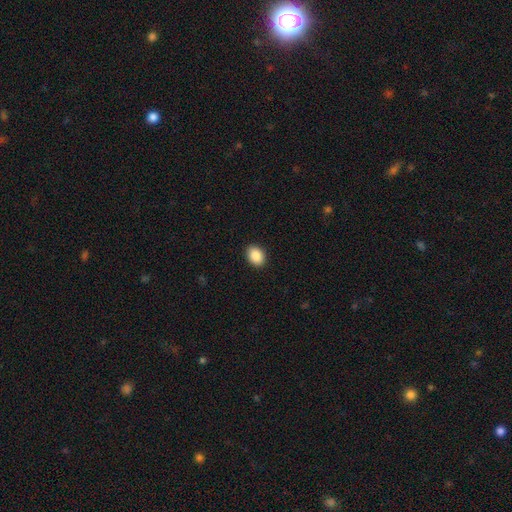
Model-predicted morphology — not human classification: smooth 89%, star or artifact 8%, featured or disk 3%. Down the decision tree: how rounded — in between (73%); merging — none (91%).